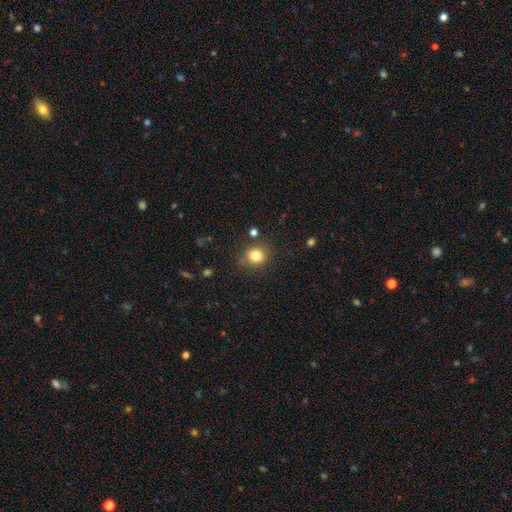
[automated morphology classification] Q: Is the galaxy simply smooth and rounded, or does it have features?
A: smooth — 82%.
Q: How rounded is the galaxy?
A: round — 82%.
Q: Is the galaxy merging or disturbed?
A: none — 79%.